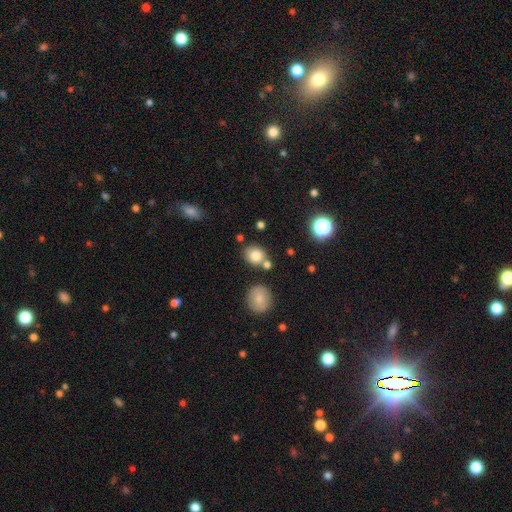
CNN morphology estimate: The model was most divided on "how rounded": round: 69%, in between: 30%, cigar-shaped: 1%. More confident: smooth or featured — smooth (81%); merging — none (71%).